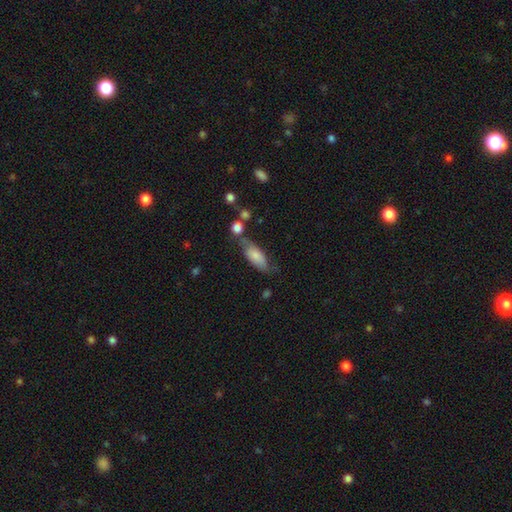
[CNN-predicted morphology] Smooth or featured?
  - smooth: 77% *
  - featured or disk: 17%
  - star or artifact: 7%
How rounded?
  - in between: 78% *
  - cigar-shaped: 19%
  - round: 3%
Merging?
  - none: 52% *
  - minor disturbance: 26%
  - merger: 13%
  - major disturbance: 9%